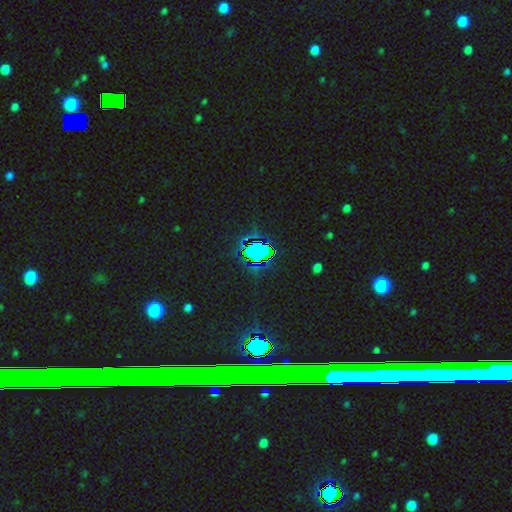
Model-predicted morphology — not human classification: The model was most divided on "smooth or featured": star or artifact: 74%, smooth: 17%, featured or disk: 9%.